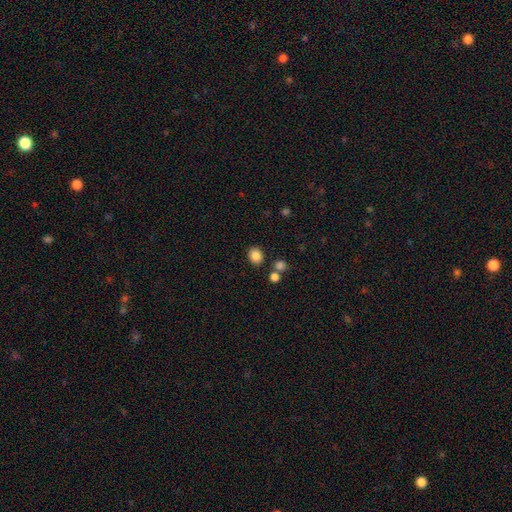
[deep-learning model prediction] Morphology: type=smooth (85%); roundness=round (52%); merging=none (82%).